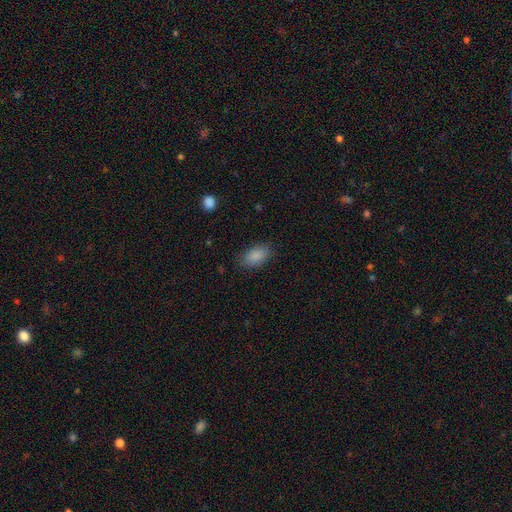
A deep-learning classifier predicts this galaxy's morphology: smooth-or-featured: smooth: 88% | star or artifact: 7% | featured or disk: 5%
  how-rounded: in between: 92% | round: 5% | cigar-shaped: 3%
  merging: none: 83% | minor disturbance: 12% | major disturbance: 3% | merger: 1%